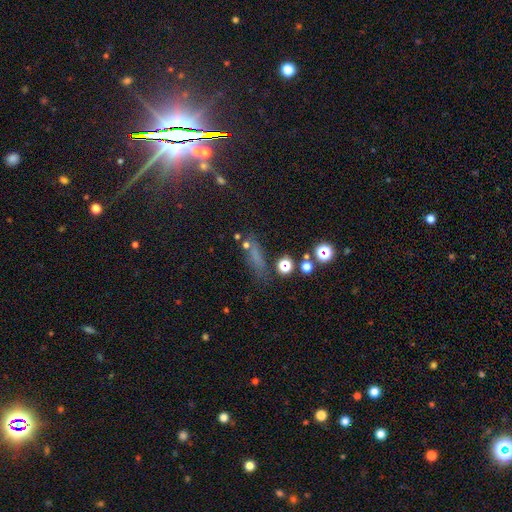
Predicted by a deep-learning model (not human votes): Smooth or featured? smooth (50%)
How rounded? cigar-shaped (57%)
Merging? none (67%)